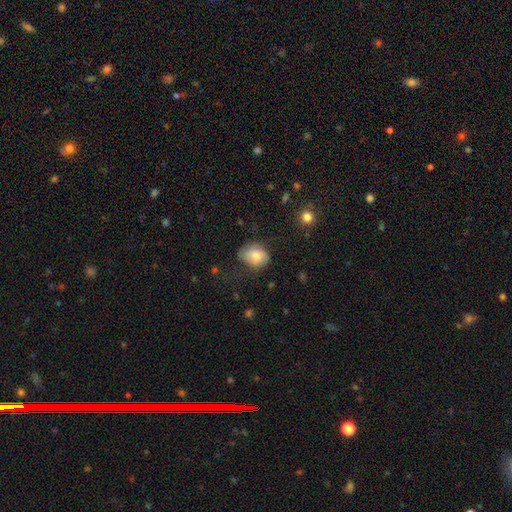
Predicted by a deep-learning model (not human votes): smooth 78%, featured or disk 15%, star or artifact 8%. Down the decision tree: how rounded — in between (62%); merging — none (55%).